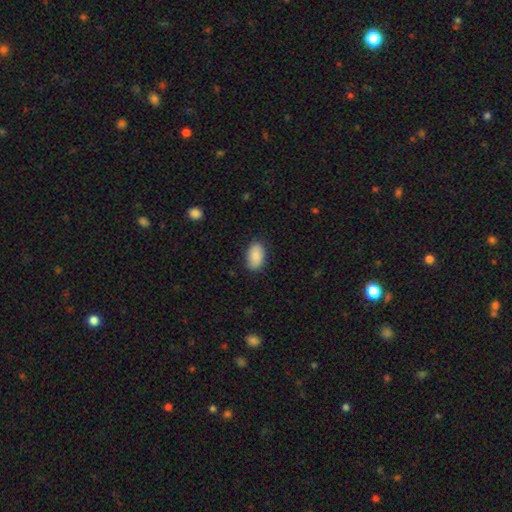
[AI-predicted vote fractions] Smooth or featured: smooth — 84% (featured or disk — 9%)
How rounded: in between — 92% (round — 7%)
Merging: none — 85% (minor disturbance — 11%)